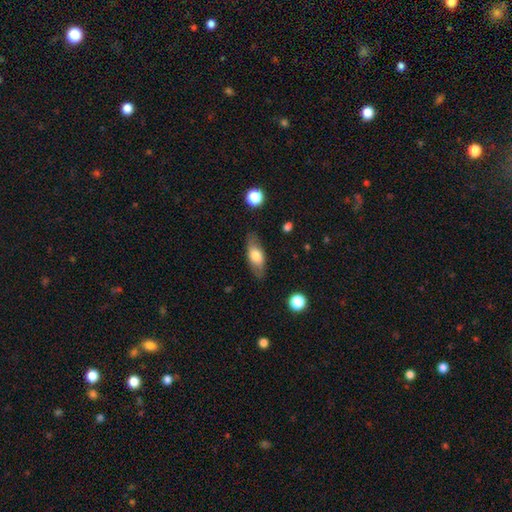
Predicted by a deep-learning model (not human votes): Morphology: type=smooth (66%); roundness=in between (77%); merging=none (80%).